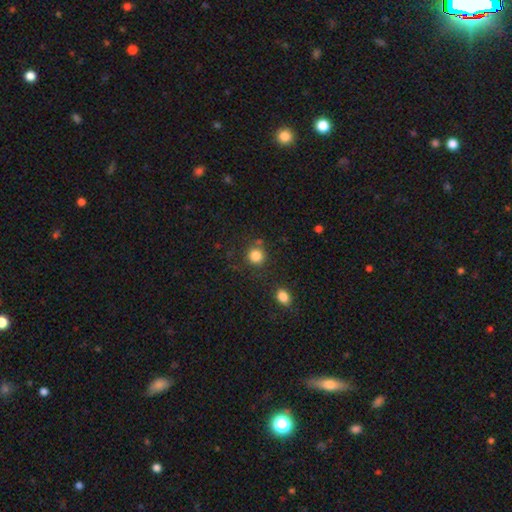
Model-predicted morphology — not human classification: A smooth galaxy with no disk features (84%) that is round (89%).

Vote fractions:
- Smooth or featured? smooth: 84% / star or artifact: 11% / featured or disk: 5%
- How rounded? round: 89% / in between: 10% / cigar-shaped: 1%
- Merging? none: 78% / minor disturbance: 10% / merger: 7% / major disturbance: 4%